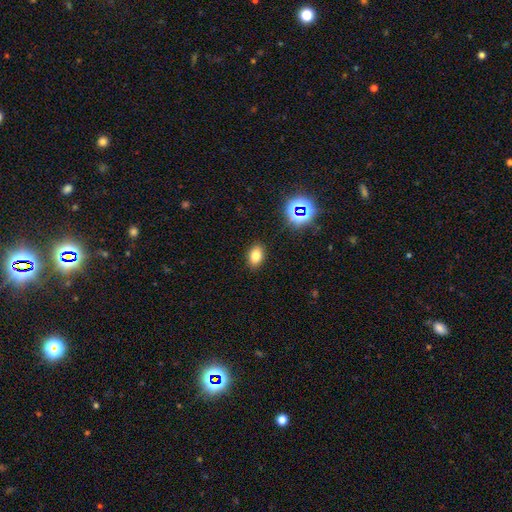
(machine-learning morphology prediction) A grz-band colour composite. It shows a smooth galaxy with no disk features (77%) that is in between round and cigar-shaped (85%). Merging: none (88%).